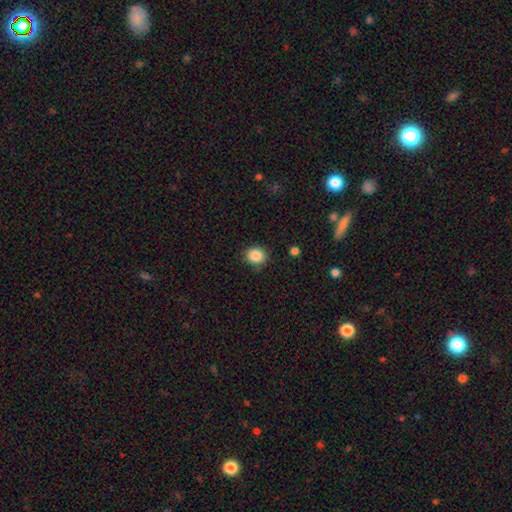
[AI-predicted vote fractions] The model was most divided on "how rounded": round: 85%, in between: 14%, cigar-shaped: 1%. More confident: smooth or featured — smooth (86%); merging — none (86%).